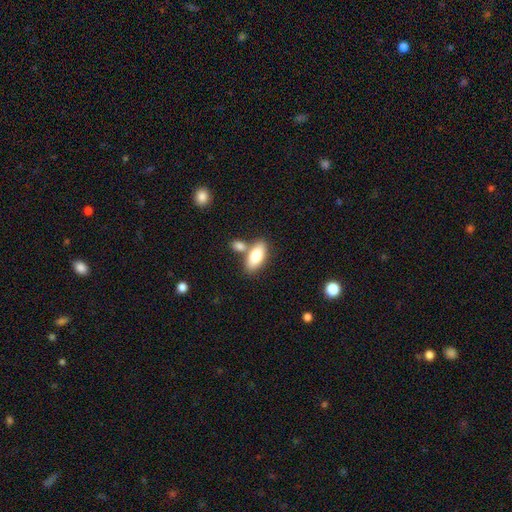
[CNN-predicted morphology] Smooth or featured?
  - smooth: 79% *
  - featured or disk: 15%
  - star or artifact: 6%
How rounded?
  - in between: 88% *
  - cigar-shaped: 9%
  - round: 3%
Merging?
  - none: 59% *
  - merger: 26%
  - minor disturbance: 11%
  - major disturbance: 4%